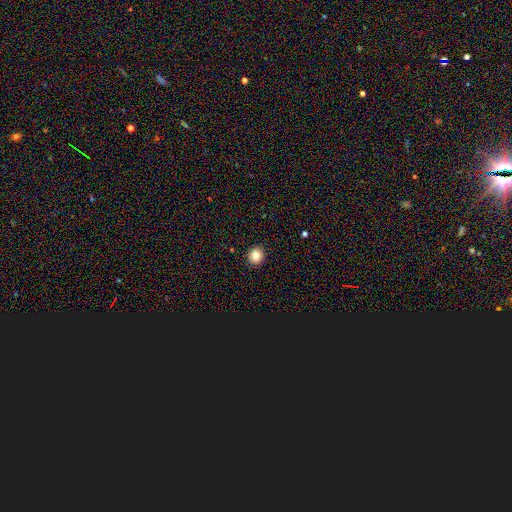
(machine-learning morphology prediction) This is clearly a smooth galaxy (83%). How rounded: clearly round (88%). Merging: clearly none (93%).